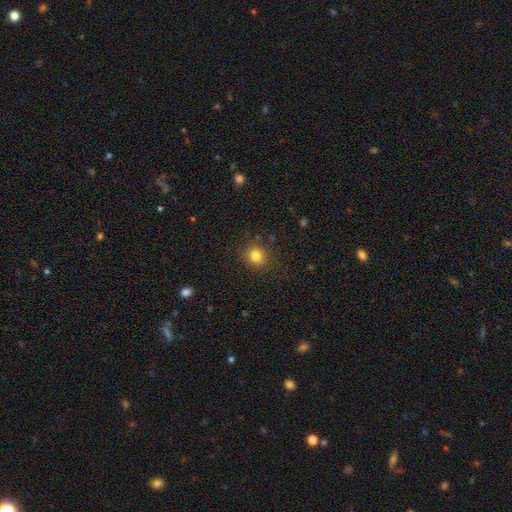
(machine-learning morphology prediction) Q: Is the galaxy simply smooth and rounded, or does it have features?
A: smooth — 81%.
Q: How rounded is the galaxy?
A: round — 76%.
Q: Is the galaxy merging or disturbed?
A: none — 85%.